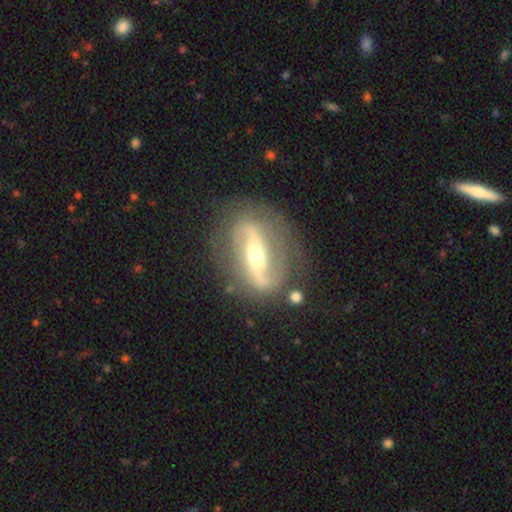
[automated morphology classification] The model was most divided on "spiral winding": loose: 42%, medium: 38%, tight: 20%. More confident: edge-on disk — no (92%); spiral arm count — 2 (87%); spiral arms — yes (86%); smooth or featured — featured or disk (83%); merging — none (76%); bulge size — moderate (60%); bar — strong (58%).